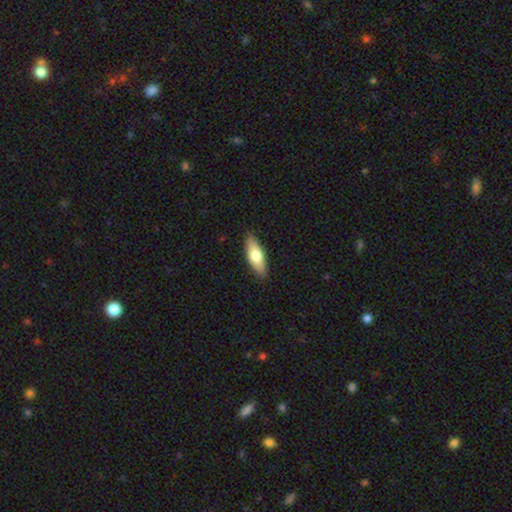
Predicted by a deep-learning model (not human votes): Smooth or featured? smooth (69%)
How rounded? in between (59%)
Merging? none (88%)